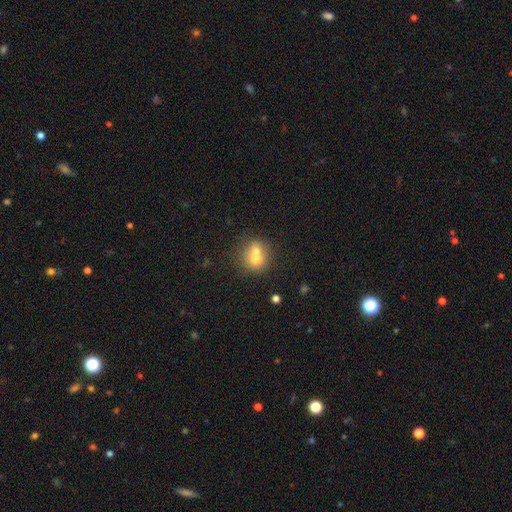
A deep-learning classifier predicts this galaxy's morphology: This appears to be a smooth galaxy with no disk features (65%) that is round (78%). Merging: merger (59%).